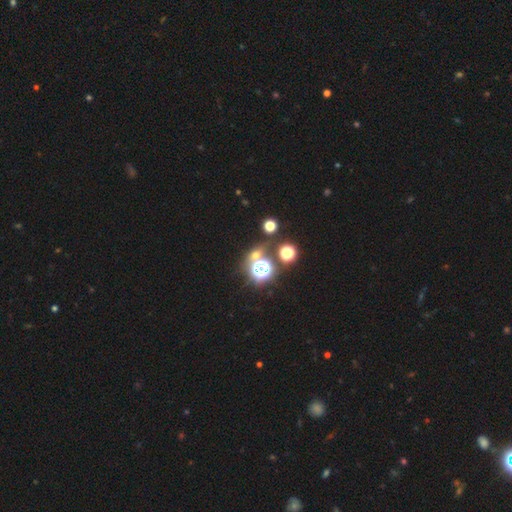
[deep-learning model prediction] smooth_or_featured: star or artifact (p=0.50) [alt: smooth p=0.38]